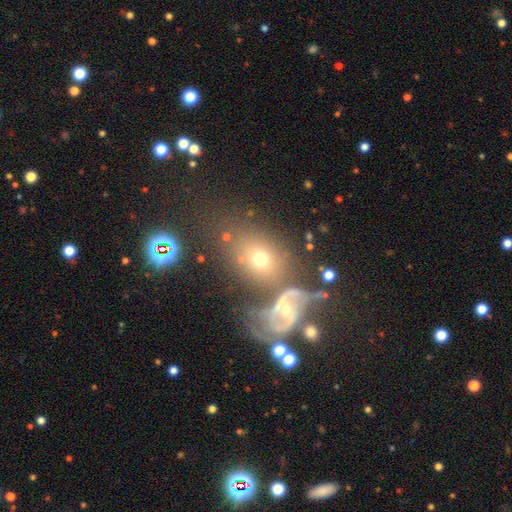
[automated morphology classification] This appears to be a featured or disk galaxy (41%). Merging: none (46%).